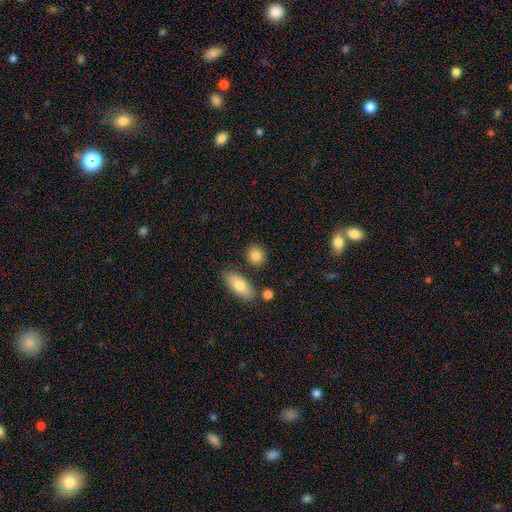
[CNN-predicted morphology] This is clearly a smooth galaxy (84%). How rounded: likely round (67%). Merging: clearly none (81%).